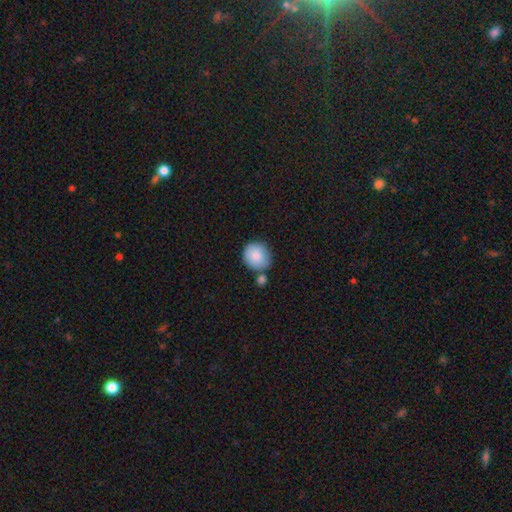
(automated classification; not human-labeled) Q: Smooth or featured?
A: smooth (87%); runner-up: star or artifact (7%)
Q: How rounded?
A: round (85%); runner-up: in between (14%)
Q: Merging?
A: none (65%); runner-up: merger (17%)